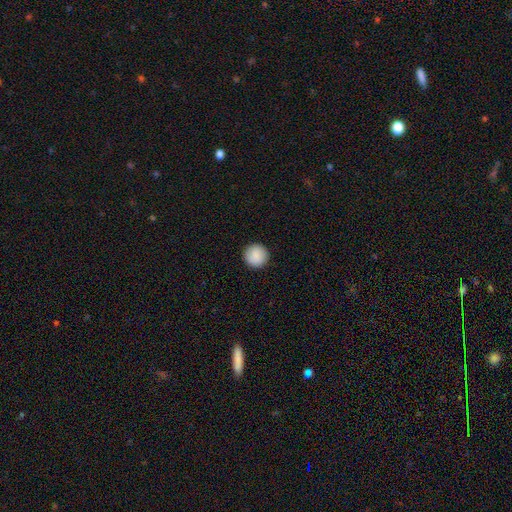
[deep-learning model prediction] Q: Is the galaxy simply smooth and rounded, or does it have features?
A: smooth — 89%.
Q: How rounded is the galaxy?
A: round — 96%.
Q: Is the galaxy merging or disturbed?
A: none — 92%.